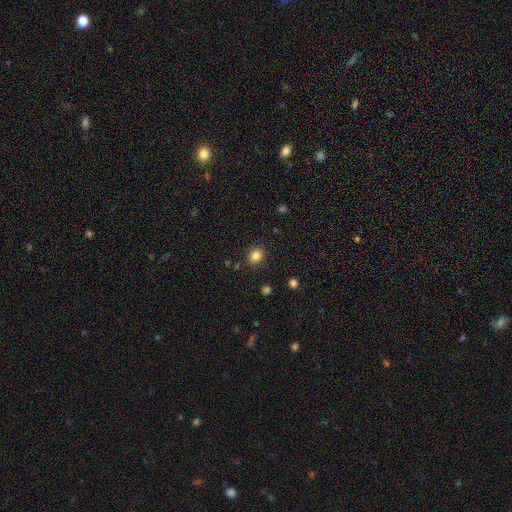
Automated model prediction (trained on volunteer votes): This is clearly a smooth galaxy (84%). How rounded: likely round (73%). Merging: clearly none (88%).